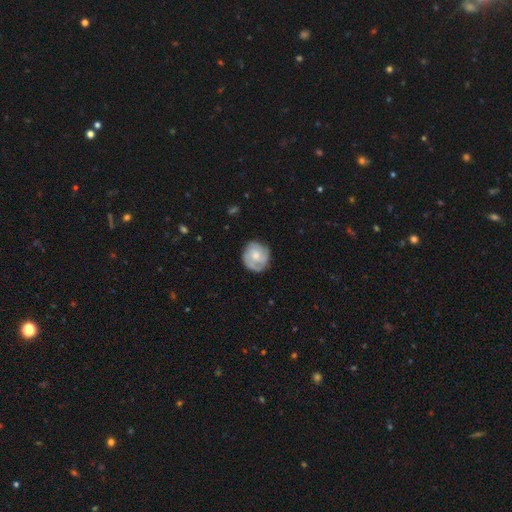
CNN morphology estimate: Smooth or featured? featured or disk (55%)
Edge-on disk? no (98%)
Bar? no (76%)
Spiral arms? yes (82%)
Bulge size? moderate (53%)
Merging? none (74%)